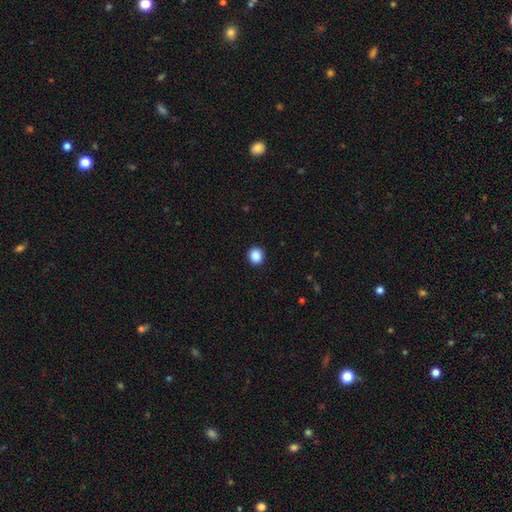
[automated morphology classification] This appears to be a smooth galaxy with no disk features (88%) that is round (86%). Merging: none (92%).